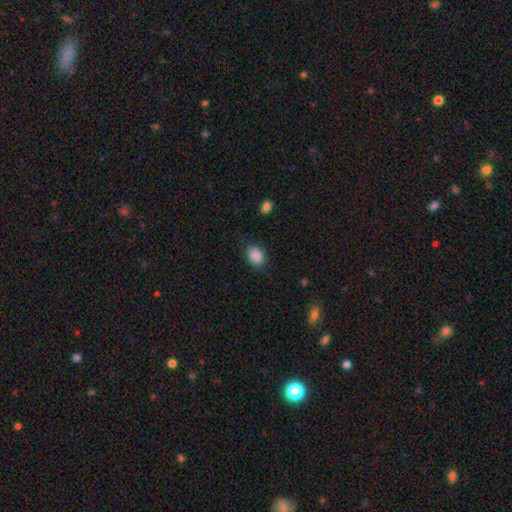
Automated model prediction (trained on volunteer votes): Overall: smooth (88%). How rounded: in between (54%; round 45%). Merging: none (85%).